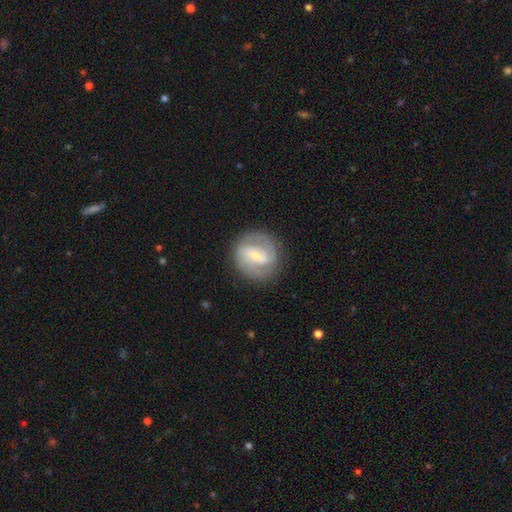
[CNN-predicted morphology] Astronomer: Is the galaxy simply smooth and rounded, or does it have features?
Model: featured or disk — 78%.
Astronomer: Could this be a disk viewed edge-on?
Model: no — 97%.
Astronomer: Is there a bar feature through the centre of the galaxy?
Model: weak — 46% (runner-up: strong, 39%).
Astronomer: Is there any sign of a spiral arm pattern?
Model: yes — 90%.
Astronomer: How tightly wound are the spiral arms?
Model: medium — 44% (runner-up: tight, 42%).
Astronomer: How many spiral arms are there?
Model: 2 — 75%.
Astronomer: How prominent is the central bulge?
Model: small — 61%.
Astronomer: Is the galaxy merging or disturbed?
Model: none — 81%.